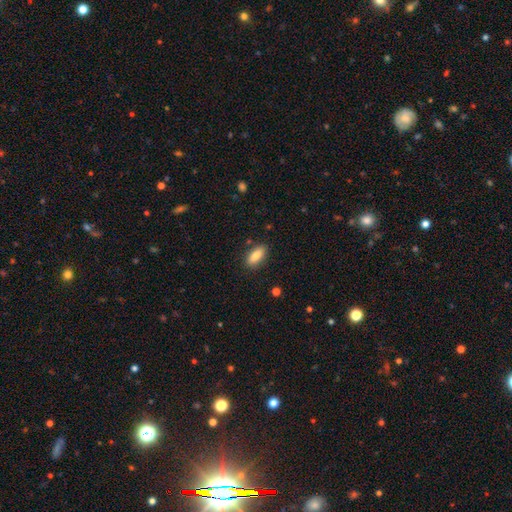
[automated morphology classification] Smooth or featured? smooth (83%)
How rounded? in between (75%)
Merging? none (86%)